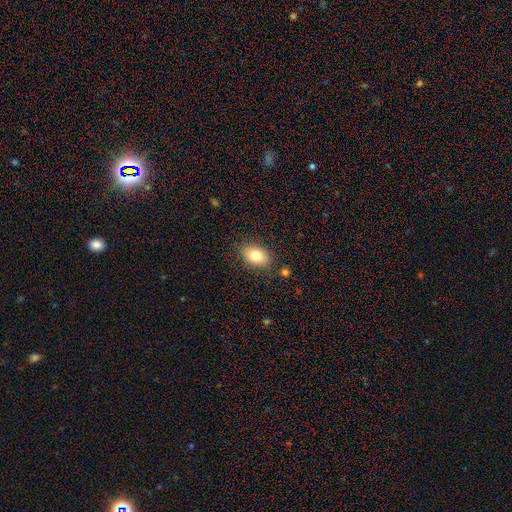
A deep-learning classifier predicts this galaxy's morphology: smooth 81%, featured or disk 10%, star or artifact 9%. Down the decision tree: how rounded — in between (82%); merging — none (84%).